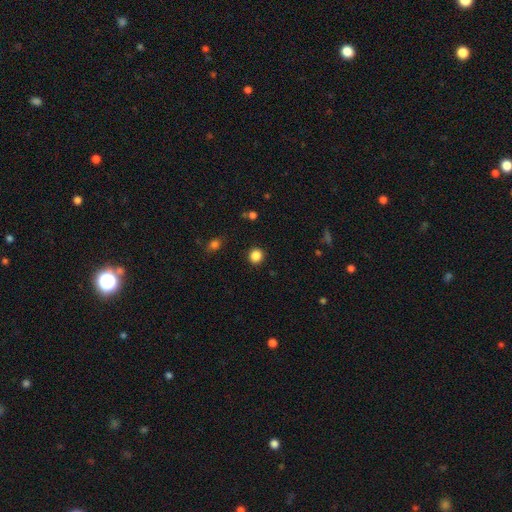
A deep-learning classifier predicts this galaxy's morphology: Smooth or featured: smooth — 86% (star or artifact — 11%)
How rounded: round — 91% (in between — 8%)
Merging: none — 91% (minor disturbance — 5%)